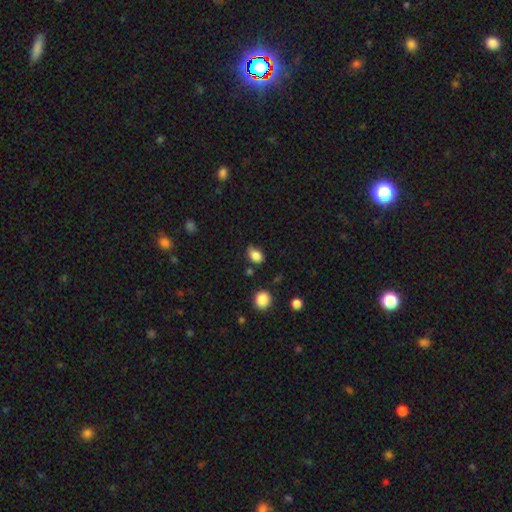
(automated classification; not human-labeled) smooth-or-featured: smooth: 85% | star or artifact: 10% | featured or disk: 5%
  how-rounded: in between: 77% | round: 21% | cigar-shaped: 1%
  merging: none: 68% | minor disturbance: 25% | major disturbance: 4% | merger: 3%